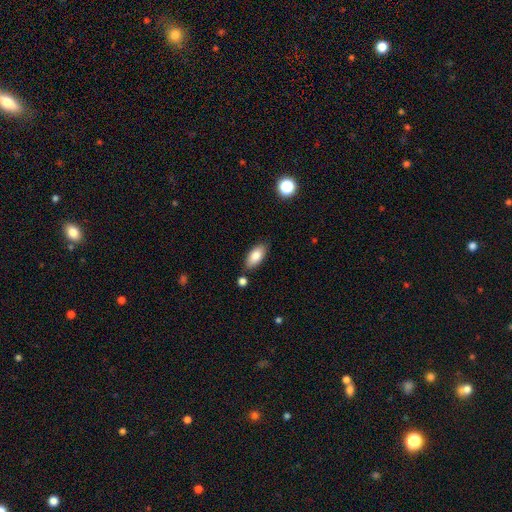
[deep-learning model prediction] A smooth galaxy with no disk features (83%) that is in between round and cigar-shaped (90%). Merging: none (82%).